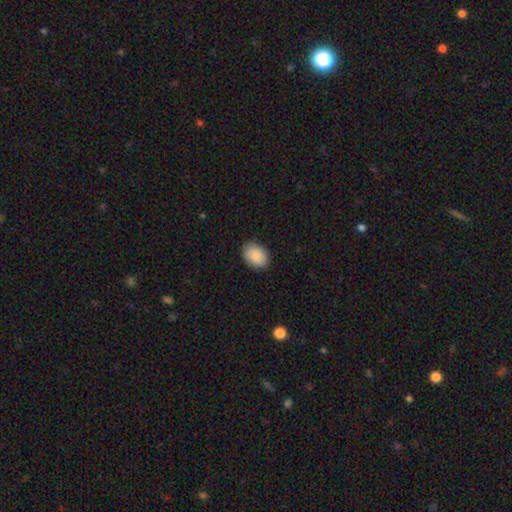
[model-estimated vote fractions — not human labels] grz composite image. It shows a smooth galaxy with no disk features (88%) that is in between round and cigar-shaped (73%). Merging: none (86%).